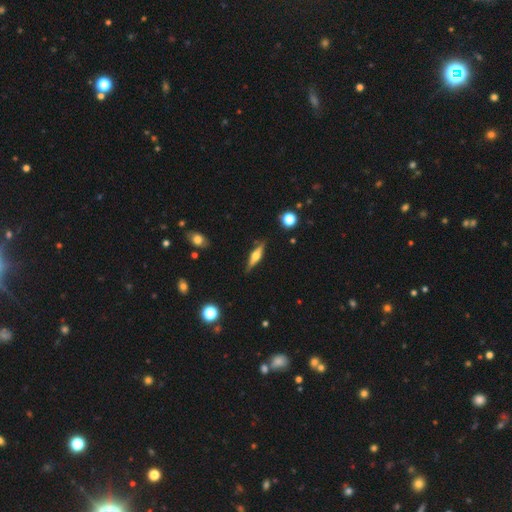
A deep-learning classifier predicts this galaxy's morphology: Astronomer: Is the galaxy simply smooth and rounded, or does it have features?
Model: featured or disk — 63%.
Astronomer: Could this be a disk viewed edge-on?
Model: yes — 96%.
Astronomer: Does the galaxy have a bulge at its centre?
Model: rounded — 89%.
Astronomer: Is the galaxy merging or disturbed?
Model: none — 85%.